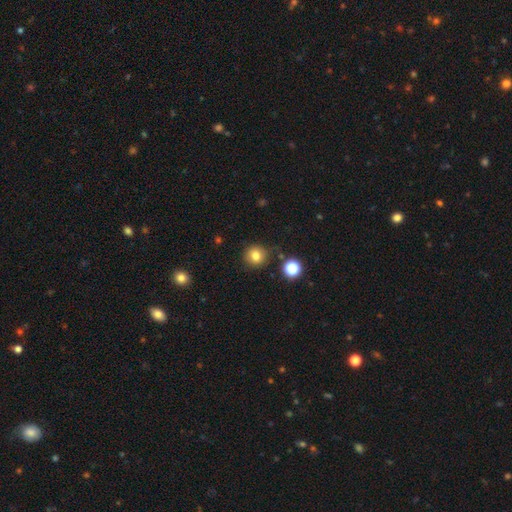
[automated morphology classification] smooth_or_featured: smooth (p=0.80) [alt: star or artifact p=0.13]
how_rounded: round (p=0.92) [alt: in between p=0.07]
merging: none (p=0.85) [alt: minor disturbance p=0.10]